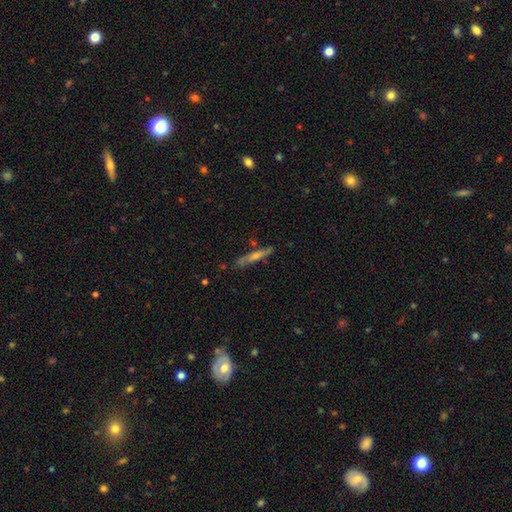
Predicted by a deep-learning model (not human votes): smooth_or_featured: featured or disk (p=0.55) [alt: smooth p=0.37]
disk_edge_on: yes (p=0.90) [alt: no p=0.10]
merging: none (p=0.80) [alt: minor disturbance p=0.14]